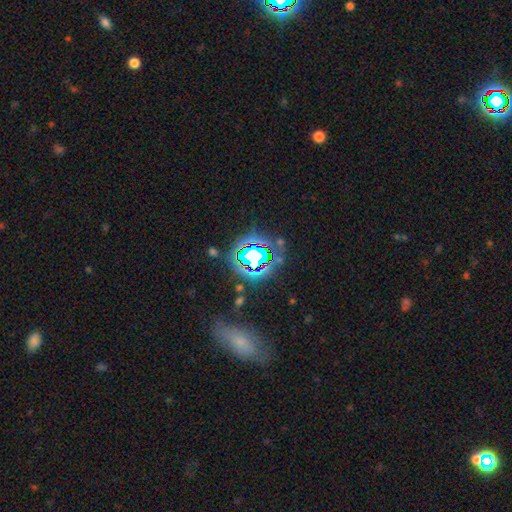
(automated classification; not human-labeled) smooth-or-featured: star or artifact: 68% | smooth: 18% | featured or disk: 14%